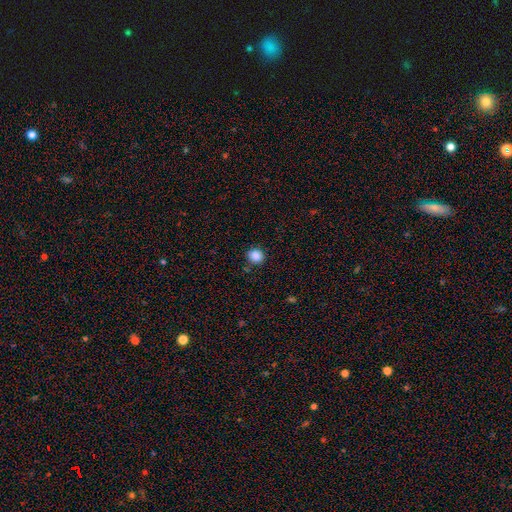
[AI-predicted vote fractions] Q: Smooth or featured?
A: smooth (87%); runner-up: star or artifact (10%)
Q: How rounded?
A: round (79%); runner-up: in between (20%)
Q: Merging?
A: none (85%); runner-up: minor disturbance (10%)